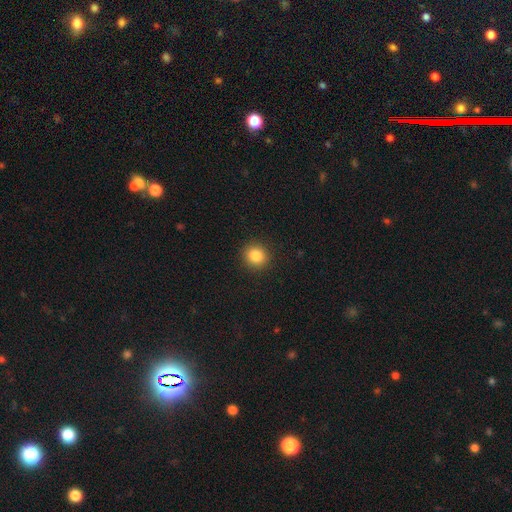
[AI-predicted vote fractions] This appears to be a smooth galaxy with no disk features (84%) that is round (87%). Merging: none (92%).